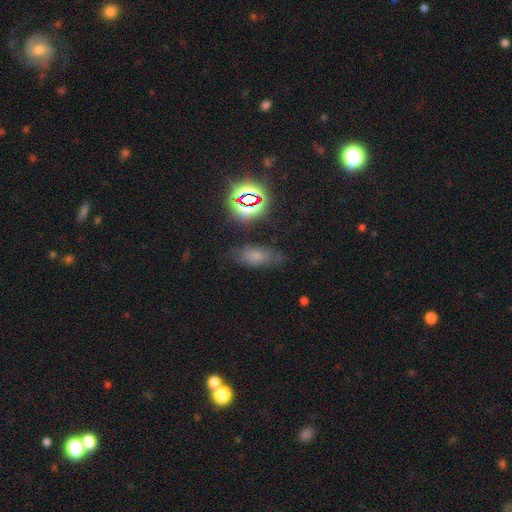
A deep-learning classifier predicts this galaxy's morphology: Overall: smooth (58%; star or artifact 26%). How rounded: in between (80%). Merging: none (66%).